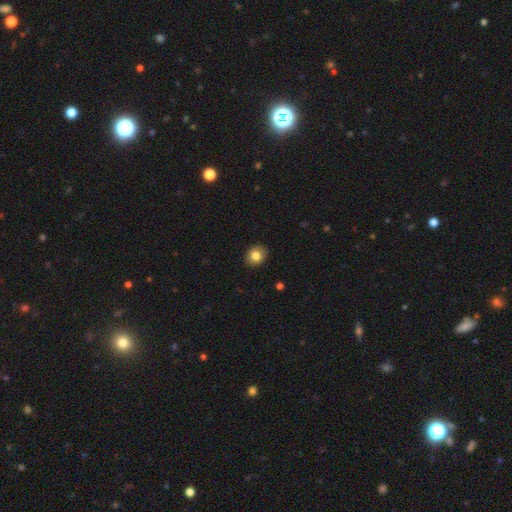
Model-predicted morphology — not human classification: type=smooth (83%); roundness=round (67%); merging=none (90%).